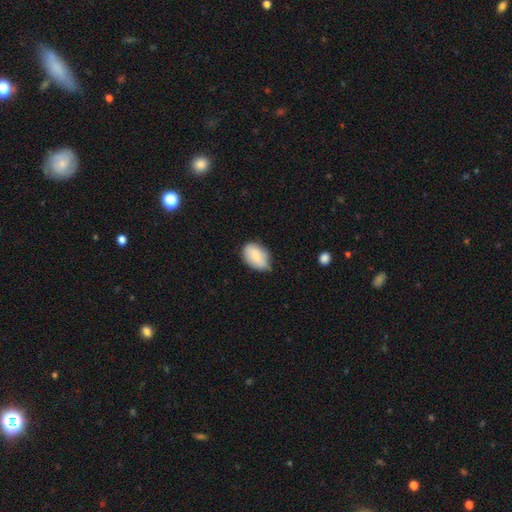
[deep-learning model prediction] smooth-or-featured: smooth: 83% | featured or disk: 10% | star or artifact: 7%
  how-rounded: in between: 87% | round: 11% | cigar-shaped: 1%
  merging: none: 53% | minor disturbance: 39% | major disturbance: 6% | merger: 2%